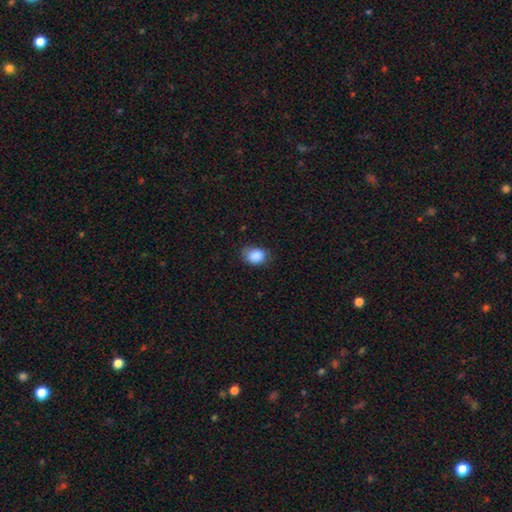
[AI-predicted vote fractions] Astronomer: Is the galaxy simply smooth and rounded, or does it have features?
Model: smooth — 88%.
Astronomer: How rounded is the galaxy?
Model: in between — 67%.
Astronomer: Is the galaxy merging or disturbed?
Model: none — 71%.